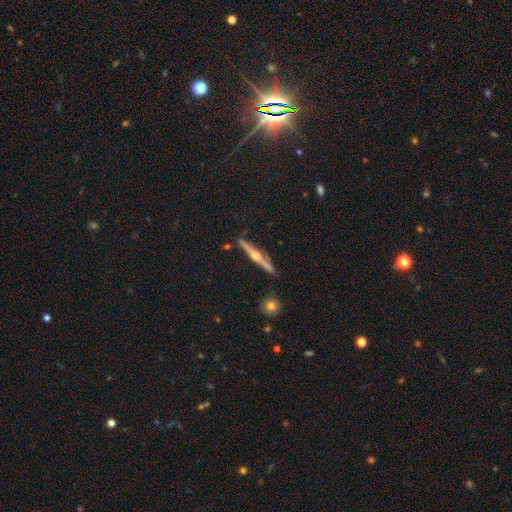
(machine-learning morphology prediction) featured or disk 79%, smooth 14%, star or artifact 7%. Down the decision tree: edge-on disk — yes (98%); edge-on bulge — rounded (93%); merging — none (89%).